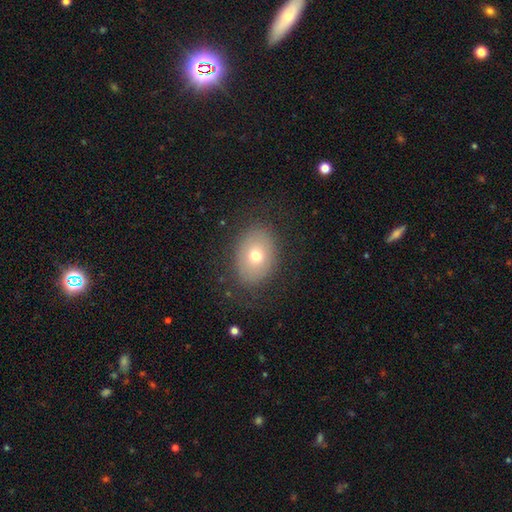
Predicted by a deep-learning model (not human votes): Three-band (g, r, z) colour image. It shows a smooth galaxy with no disk features (66%) that is in between round and cigar-shaped (69%). Merging: none (79%).